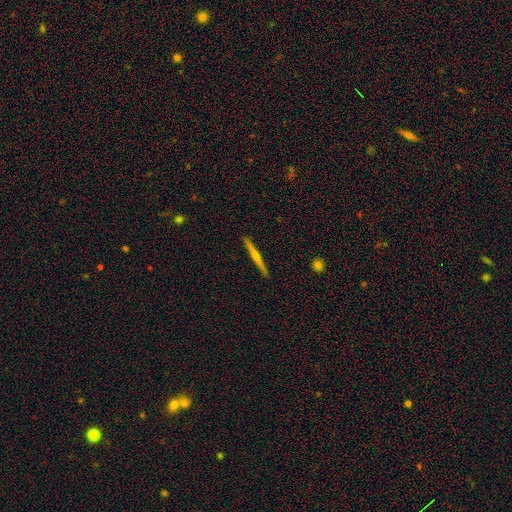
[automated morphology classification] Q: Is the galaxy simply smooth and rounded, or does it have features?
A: featured or disk — 72%.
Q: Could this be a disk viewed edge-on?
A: yes — 98%.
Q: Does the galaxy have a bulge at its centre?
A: rounded — 78%.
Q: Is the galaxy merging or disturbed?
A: none — 92%.